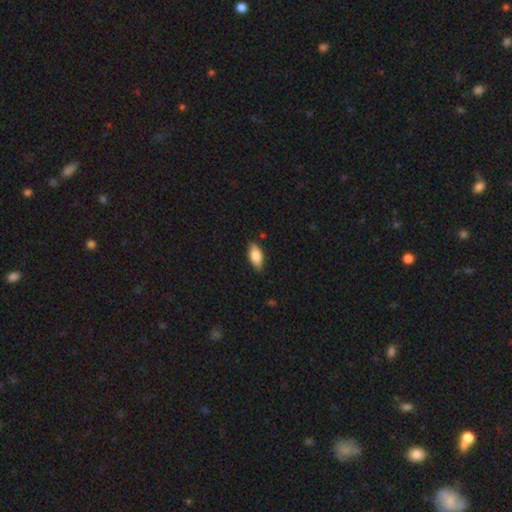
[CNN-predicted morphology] A smooth galaxy with no disk features (79%) that is in between round and cigar-shaped (86%).

Vote fractions:
- Smooth or featured? smooth: 79% / featured or disk: 15% / star or artifact: 6%
- How rounded? in between: 86% / cigar-shaped: 12% / round: 3%
- Merging? none: 86% / minor disturbance: 11% / major disturbance: 2% / merger: 1%